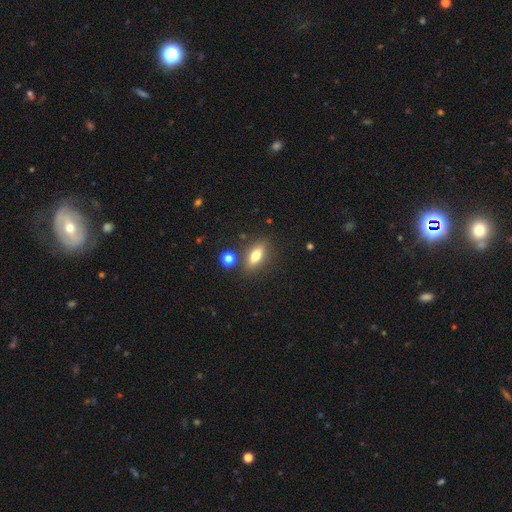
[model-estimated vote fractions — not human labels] This appears to be a smooth galaxy with no disk features (69%) that is in between round and cigar-shaped (71%). Merging: none (81%).